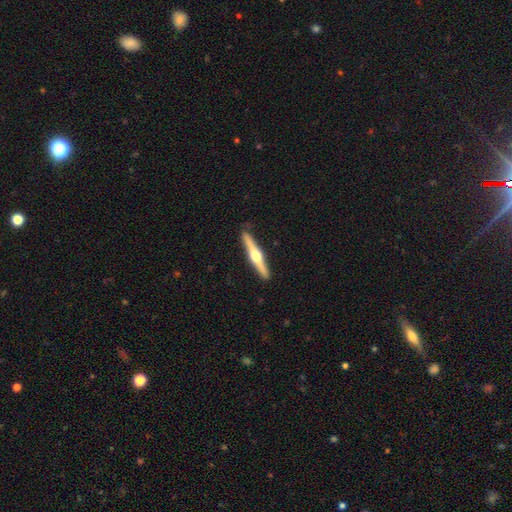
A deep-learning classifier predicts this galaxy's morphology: Smooth or featured?
  - featured or disk: 74% *
  - smooth: 21%
  - star or artifact: 4%
Edge-on disk?
  - yes: 98% *
  - no: 2%
Edge-on bulge?
  - rounded: 96% *
  - none: 2%
  - boxy: 2%
Merging?
  - none: 90% *
  - minor disturbance: 7%
  - major disturbance: 1%
  - merger: 1%